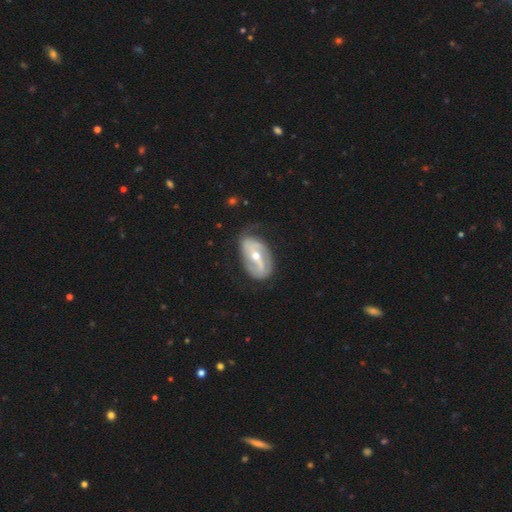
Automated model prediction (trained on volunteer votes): A featured or disk galaxy (82%) with a strong bar (39%), 2 (73%) medium (38%) spiral arms (88%) and a moderate central bulge (62%).

Vote fractions:
- Smooth or featured? featured or disk: 82% / smooth: 14% / star or artifact: 5%
- Edge-on disk? no: 96% / yes: 4%
- Bar? strong: 39% / weak: 37% / no: 24%
- Spiral arms? yes: 88% / no: 12%
- Spiral winding? medium: 38% / loose: 31% / tight: 30%
- Spiral arm count? 2: 73% / can't tell: 13% / 1: 6% / 3: 5% / 4: 2% / more than 4: 2%
- Bulge size? moderate: 62% / small: 34% / large: 2% / none: 1% / dominant: 1%
- Merging? none: 58% / minor disturbance: 27% / major disturbance: 13% / merger: 2%